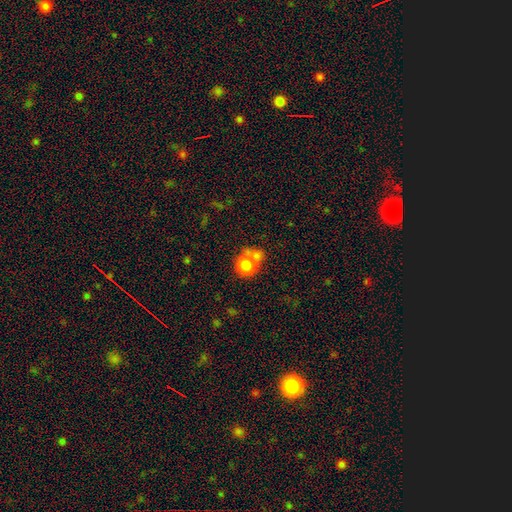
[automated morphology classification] This is likely a smooth galaxy (79%). How rounded: clearly round (83%). Merging: marginally none (41%, tied with merger).